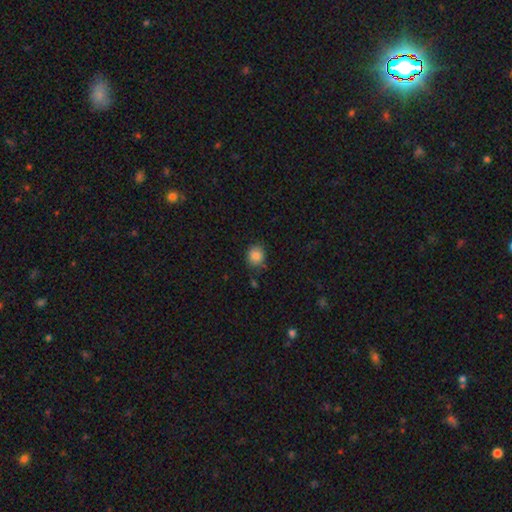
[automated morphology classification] This is clearly a smooth galaxy (85%). How rounded: likely round (78%). Merging: likely none (79%).